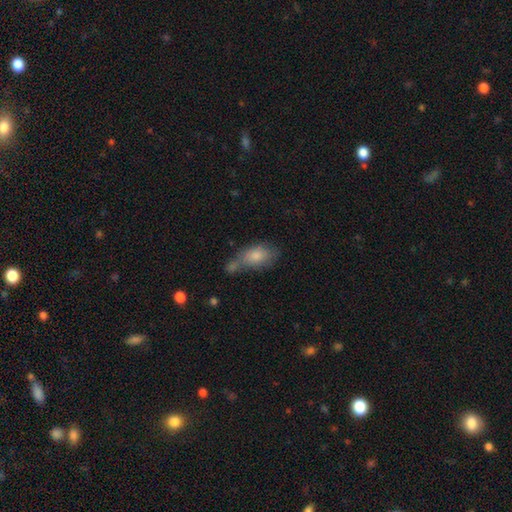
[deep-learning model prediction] A smooth galaxy with no disk features (79%) that is in between round and cigar-shaped (88%). Merging: none (36%).